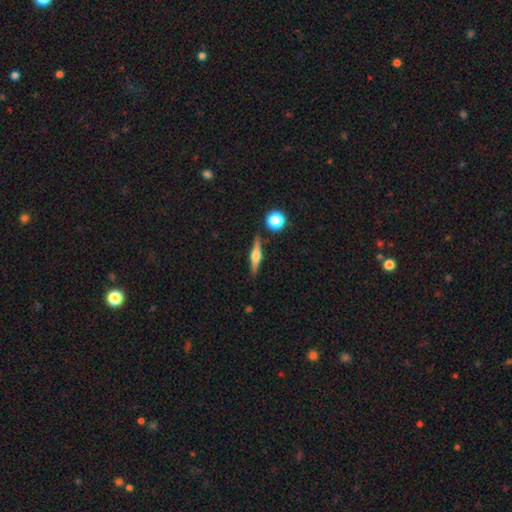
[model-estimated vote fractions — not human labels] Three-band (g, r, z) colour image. It shows a featured or disk galaxy (68%) viewed edge-on (97%) with a rounded central bulge (88%). Merging: none (87%).